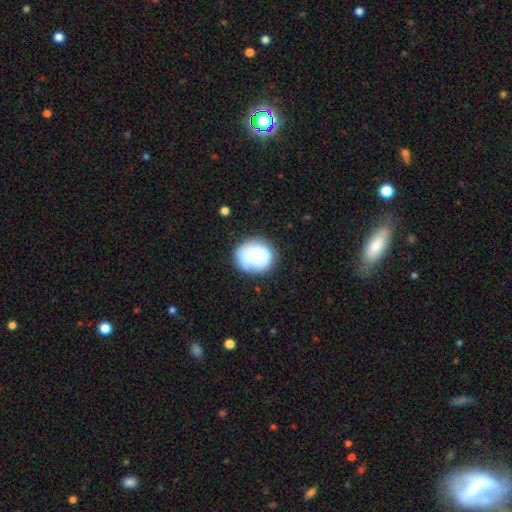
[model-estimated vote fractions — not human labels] Morphology: type=smooth (76%); roundness=round (65%); merging=none (66%).